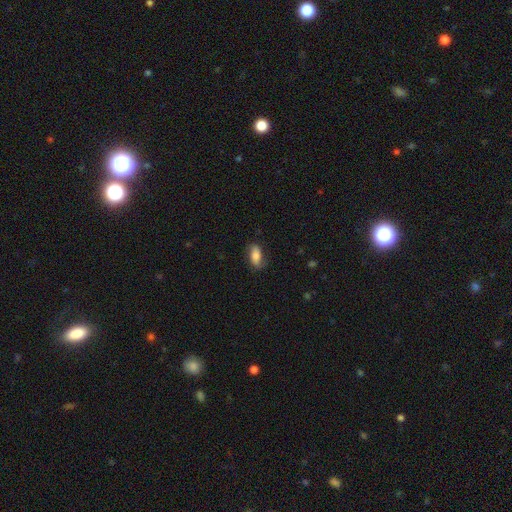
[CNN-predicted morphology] Smooth or featured? smooth (66%)
How rounded? in between (87%)
Merging? none (72%)